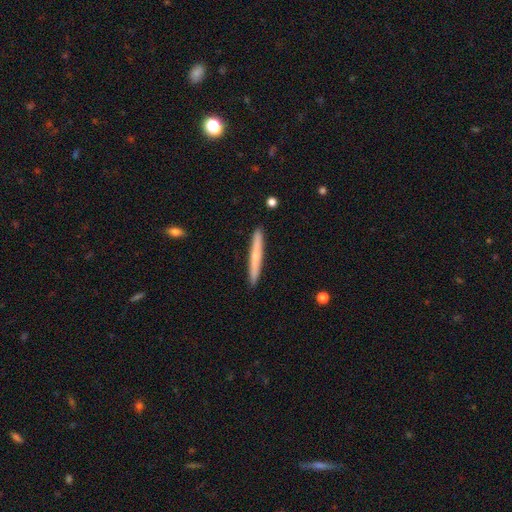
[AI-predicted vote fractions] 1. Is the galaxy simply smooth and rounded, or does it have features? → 60% smooth, 35% featured or disk, 5% star or artifact.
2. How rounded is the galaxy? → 97% cigar-shaped, 2% in between, 1% round.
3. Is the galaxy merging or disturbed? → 92% none, 6% minor disturbance, 1% major disturbance, 1% merger.